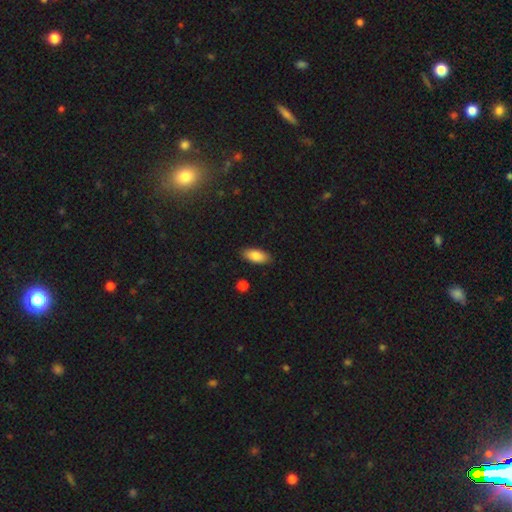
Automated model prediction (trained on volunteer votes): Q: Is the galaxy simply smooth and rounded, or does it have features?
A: smooth — 85%.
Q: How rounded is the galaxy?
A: in between — 88%.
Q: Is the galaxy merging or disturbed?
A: none — 88%.